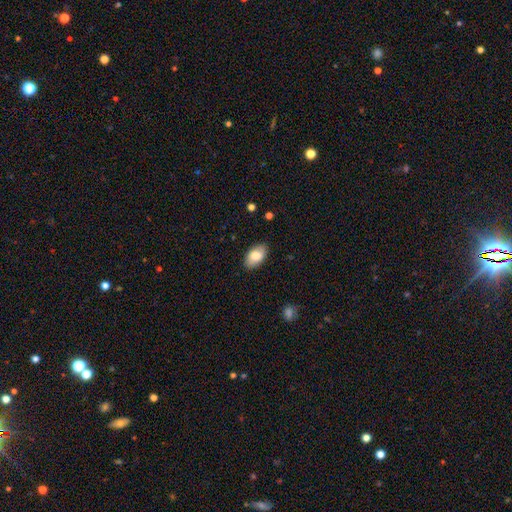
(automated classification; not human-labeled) Smooth or featured: smooth — 79% (featured or disk — 14%)
How rounded: in between — 94% (round — 5%)
Merging: none — 87% (minor disturbance — 10%)